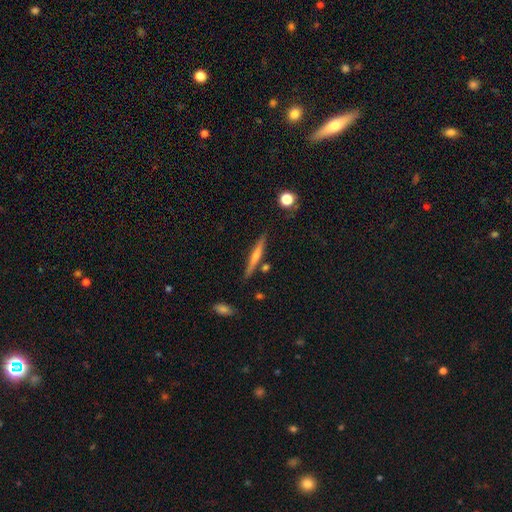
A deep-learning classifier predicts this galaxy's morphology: Q: Smooth or featured?
A: featured or disk (53%); runner-up: smooth (40%)
Q: Edge-on disk?
A: yes (96%); runner-up: no (4%)
Q: Edge-on bulge?
A: rounded (60%); runner-up: none (32%)
Q: Merging?
A: none (84%); runner-up: minor disturbance (10%)